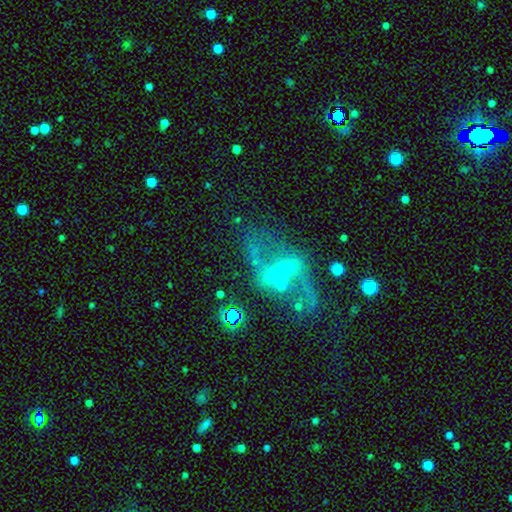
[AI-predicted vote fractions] Morphology: type=featured or disk (76%); edge-on=no (87%); bar=strong (42%); spiral arms=yes (68%); bulge=small (54%); merging=none (46%).